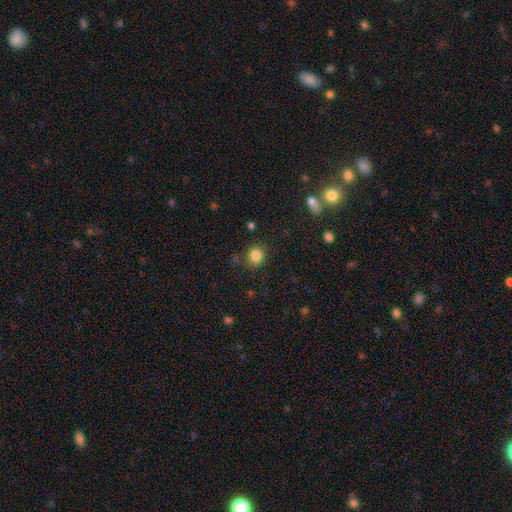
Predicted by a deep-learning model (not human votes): Q: Smooth or featured?
A: smooth (83%); runner-up: star or artifact (12%)
Q: How rounded?
A: round (83%); runner-up: in between (17%)
Q: Merging?
A: none (81%); runner-up: minor disturbance (12%)